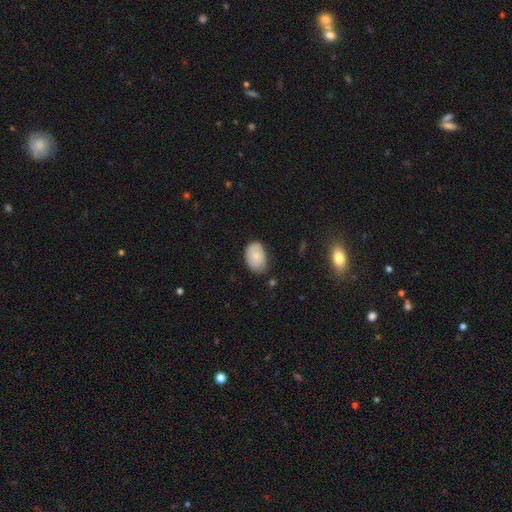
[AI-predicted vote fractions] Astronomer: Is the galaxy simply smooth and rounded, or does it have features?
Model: smooth — 79%.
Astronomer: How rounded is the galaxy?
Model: in between — 88%.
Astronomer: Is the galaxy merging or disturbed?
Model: none — 71%.